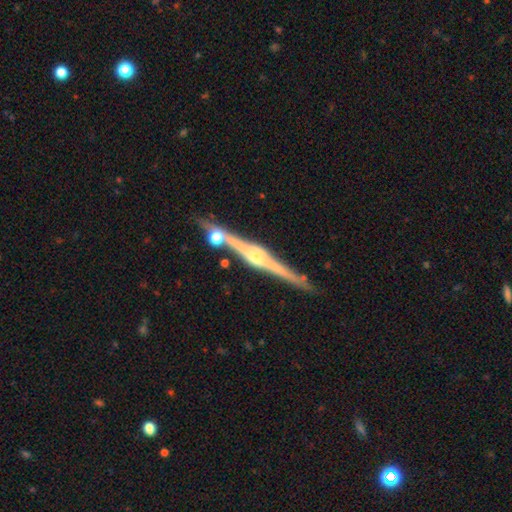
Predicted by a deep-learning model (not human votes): Smooth or featured? Predicted: featured or disk (p=0.87). Edge-on disk? Predicted: yes (p=0.98). Edge-on bulge? Predicted: rounded (p=0.88). Merging? Predicted: none (p=0.82).